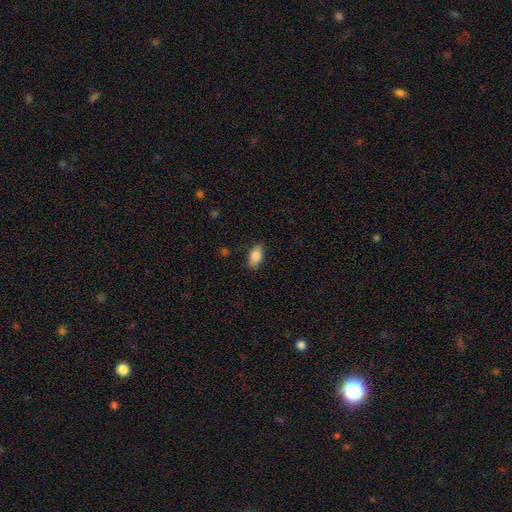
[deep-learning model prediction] A smooth galaxy with no disk features (84%) that is in between round and cigar-shaped (90%).

Vote fractions:
- Smooth or featured? smooth: 84% / featured or disk: 9% / star or artifact: 7%
- How rounded? in between: 90% / cigar-shaped: 6% / round: 4%
- Merging? none: 85% / minor disturbance: 12% / major disturbance: 2% / merger: 1%